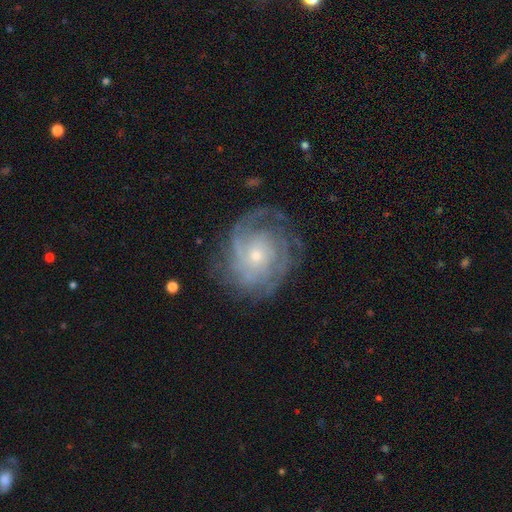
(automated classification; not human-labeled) smooth-or-featured: featured or disk: 83% | smooth: 10% | star or artifact: 7%
  disk-edge-on: no: 97% | yes: 3%
    bar: no: 79% | weak: 18% | strong: 3%
    has-spiral-arms: yes: 93% | no: 7%
      spiral-winding: tight: 62% | medium: 28% | loose: 10%
      spiral-arm-count: can't tell: 39% | 3: 17% | 2: 16% | 4: 13% | more than 4: 8% | 1: 7%
    bulge-size: small: 65% | moderate: 31% | large: 2% | none: 1% | dominant: 1%
  merging: none: 70% | minor disturbance: 18% | major disturbance: 11% | merger: 1%